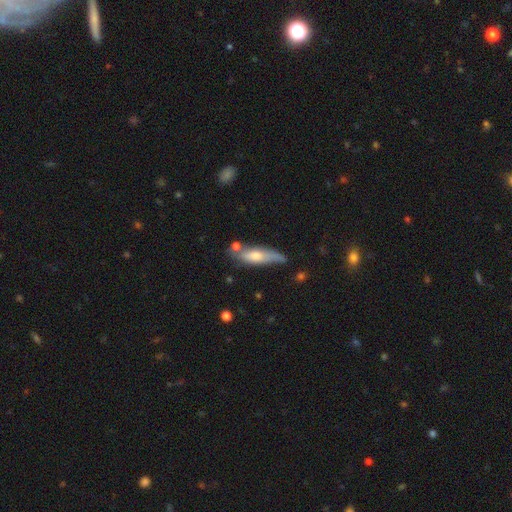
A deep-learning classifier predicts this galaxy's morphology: A smooth galaxy with no disk features (56%) that is cigar-shaped (65%). Merging: none (55%).